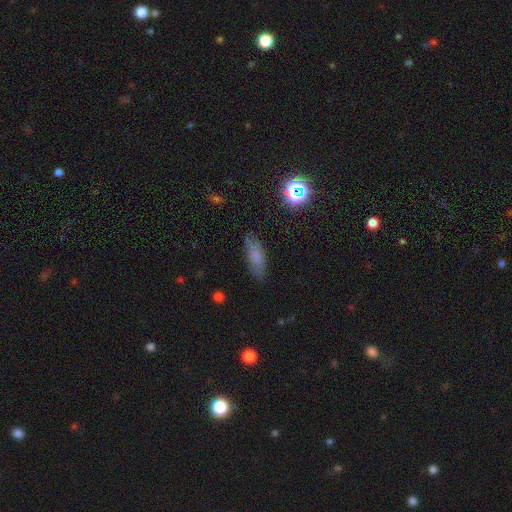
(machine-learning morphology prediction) Overall: smooth (70%). How rounded: in between (70%). Merging: none (78%).